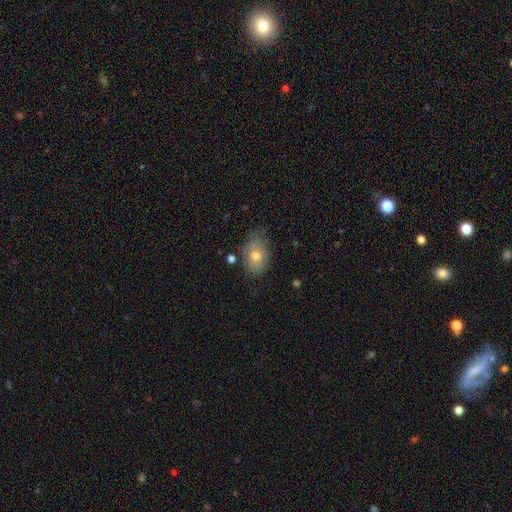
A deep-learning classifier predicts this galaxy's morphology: Q: Smooth or featured?
A: smooth (70%); runner-up: featured or disk (20%)
Q: How rounded?
A: in between (80%); runner-up: round (19%)
Q: Merging?
A: none (65%); runner-up: minor disturbance (26%)